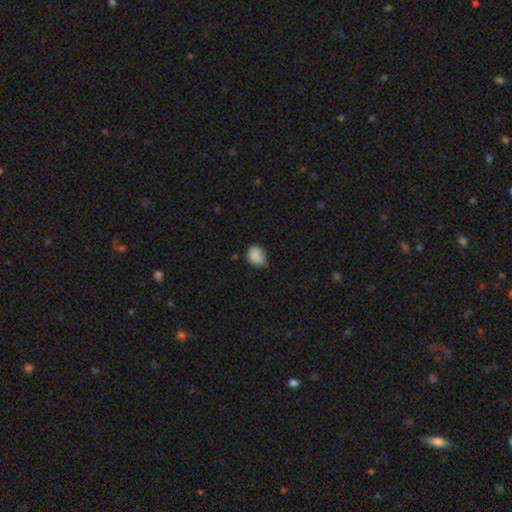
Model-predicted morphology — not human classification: The model was most divided on "how rounded": round: 53%, in between: 46%, cigar-shaped: 1%. More confident: smooth or featured — smooth (86%); merging — none (57%).